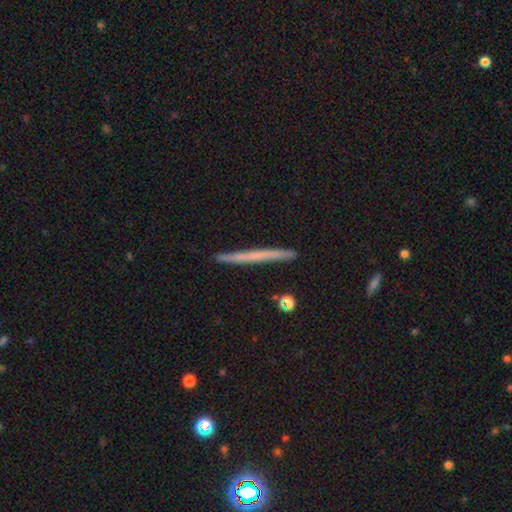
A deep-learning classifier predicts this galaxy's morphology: This is possibly a featured or disk galaxy (47%, tied with smooth). Merging: clearly none (91%).